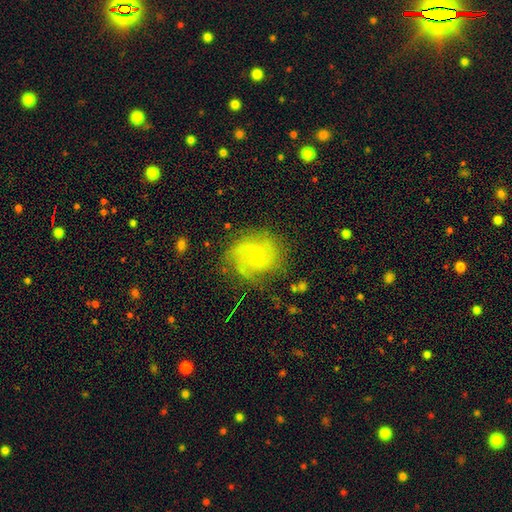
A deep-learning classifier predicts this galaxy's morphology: Smooth or featured? Predicted: featured or disk (p=0.75). Edge-on disk? Predicted: no (p=0.98). Bar? Predicted: no (p=0.61). Spiral arms? Predicted: yes (p=0.93). Spiral winding? Predicted: tight (p=0.47). Spiral arm count? Predicted: 2 (p=0.44). Bulge size? Predicted: small (p=0.75). Merging? Predicted: none (p=0.70).